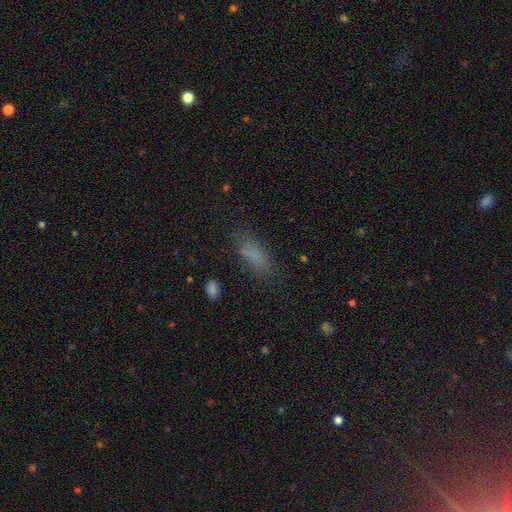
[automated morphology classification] smooth 79%, star or artifact 13%, featured or disk 9%. Down the decision tree: how rounded — in between (69%); merging — none (74%).